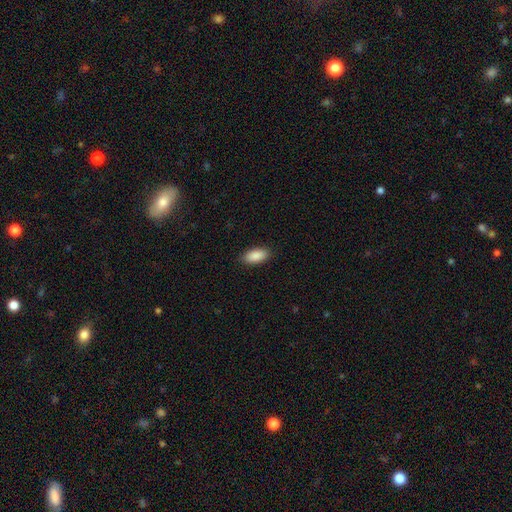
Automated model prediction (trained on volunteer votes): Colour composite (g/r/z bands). It shows a smooth galaxy with no disk features (90%) that is in between round and cigar-shaped (91%). Merging: none (89%).